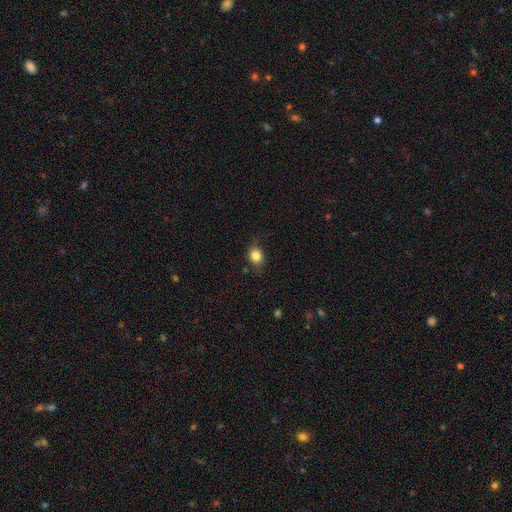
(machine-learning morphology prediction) smooth_or_featured: smooth (p=0.83) [alt: star or artifact p=0.10]
how_rounded: round (p=0.56) [alt: in between p=0.43]
merging: none (p=0.74) [alt: minor disturbance p=0.20]